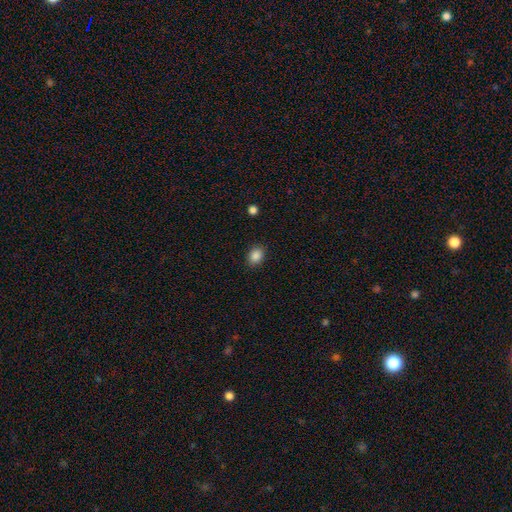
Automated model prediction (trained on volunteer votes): Smooth or featured?
  - smooth: 87% *
  - star or artifact: 10%
  - featured or disk: 3%
How rounded?
  - in between: 63% *
  - round: 36%
  - cigar-shaped: 1%
Merging?
  - none: 88% *
  - minor disturbance: 9%
  - major disturbance: 3%
  - merger: 1%